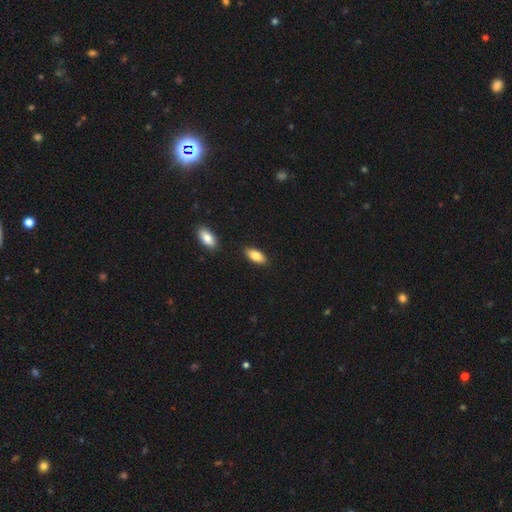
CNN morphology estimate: Smooth or featured?
  - smooth: 81% *
  - featured or disk: 13%
  - star or artifact: 6%
How rounded?
  - in between: 88% *
  - cigar-shaped: 10%
  - round: 3%
Merging?
  - none: 86% *
  - minor disturbance: 9%
  - merger: 3%
  - major disturbance: 2%